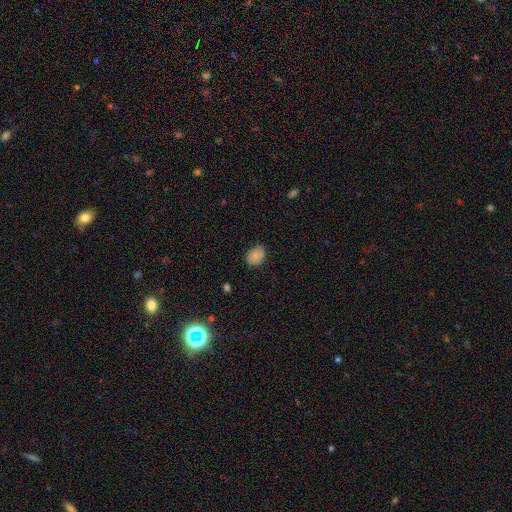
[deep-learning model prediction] smooth-or-featured: smooth: 84% | star or artifact: 9% | featured or disk: 7%
  how-rounded: in between: 62% | round: 37% | cigar-shaped: 1%
  merging: none: 79% | minor disturbance: 17% | major disturbance: 3% | merger: 1%